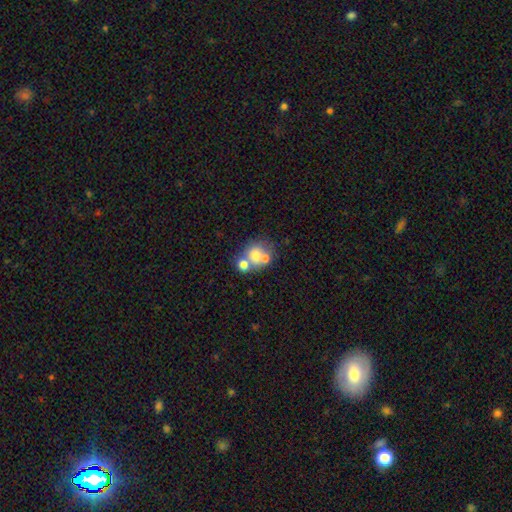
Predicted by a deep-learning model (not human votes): Smooth or featured: smooth — 64% (featured or disk — 23%)
How rounded: round — 70% (in between — 29%)
Merging: merger — 51% (none — 35%)